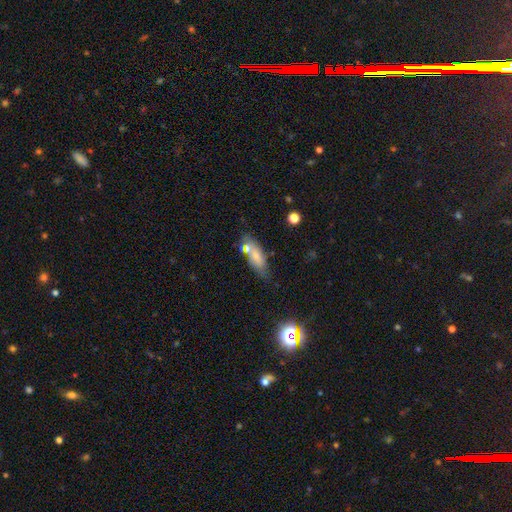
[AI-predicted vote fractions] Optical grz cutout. It shows a smooth galaxy with no disk features (72%) that is in between round and cigar-shaped (70%). Merging: none (62%).